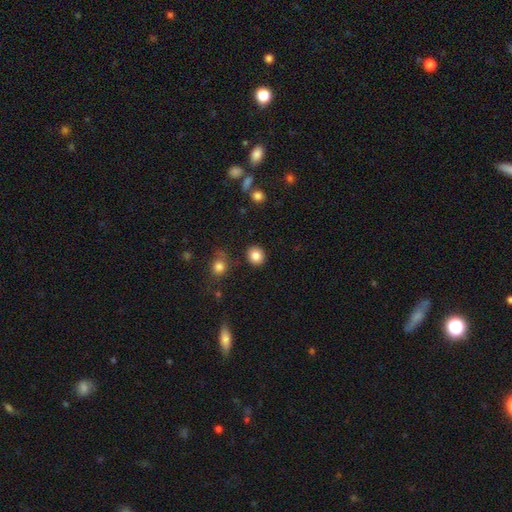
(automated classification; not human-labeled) smooth_or_featured: smooth (p=0.85) [alt: star or artifact p=0.10]
how_rounded: round (p=0.84) [alt: in between p=0.15]
merging: none (p=0.89) [alt: minor disturbance p=0.07]